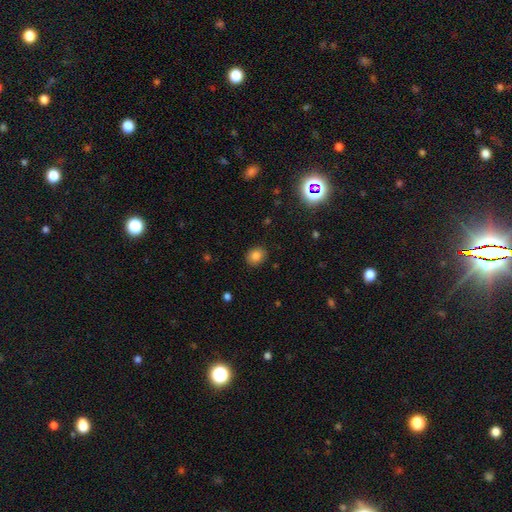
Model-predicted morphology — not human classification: smooth_or_featured: smooth (p=0.84) [alt: star or artifact p=0.10]
how_rounded: round (p=0.59) [alt: in between p=0.41]
merging: none (p=0.88) [alt: minor disturbance p=0.08]